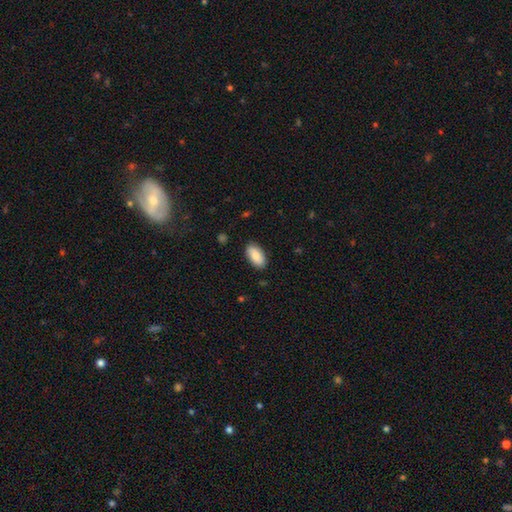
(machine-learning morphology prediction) A smooth galaxy with no disk features (83%) that is in between round and cigar-shaped (94%). Merging: none (87%).